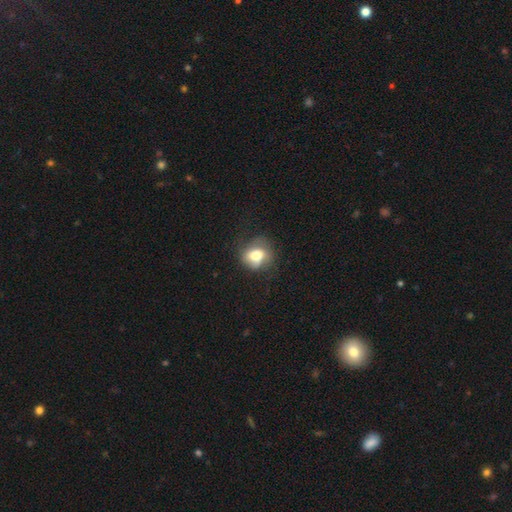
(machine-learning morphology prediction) Overall: smooth (71%). How rounded: round (60%; in between 39%). Merging: none (59%; minor disturbance 26%).